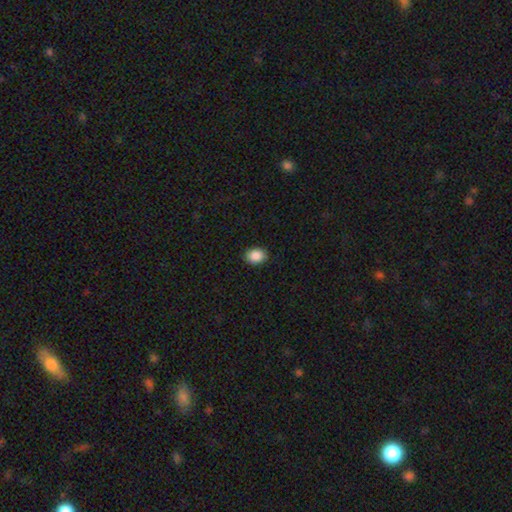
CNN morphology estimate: smooth-or-featured: smooth: 89% | star or artifact: 8% | featured or disk: 3%
  how-rounded: in between: 61% | round: 39% | cigar-shaped: 1%
  merging: none: 89% | minor disturbance: 8% | major disturbance: 2% | merger: 1%